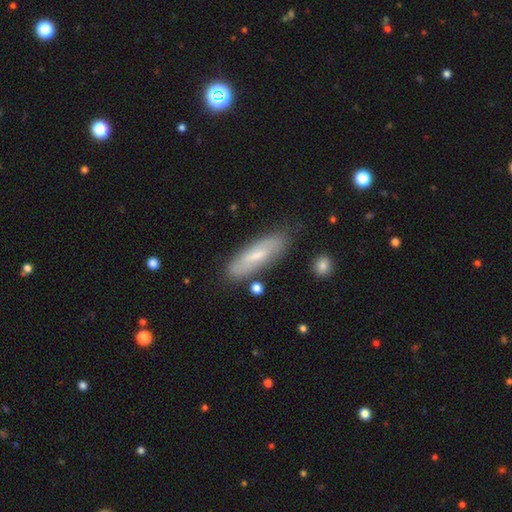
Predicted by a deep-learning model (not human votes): This appears to be a smooth galaxy with no disk features (56%) that is cigar-shaped (54%). Merging: none (79%).